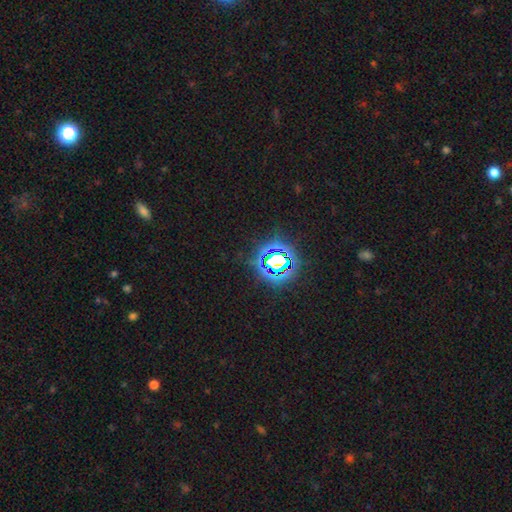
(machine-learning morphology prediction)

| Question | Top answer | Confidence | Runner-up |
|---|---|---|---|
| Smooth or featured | star or artifact | 80% | smooth (13%) |